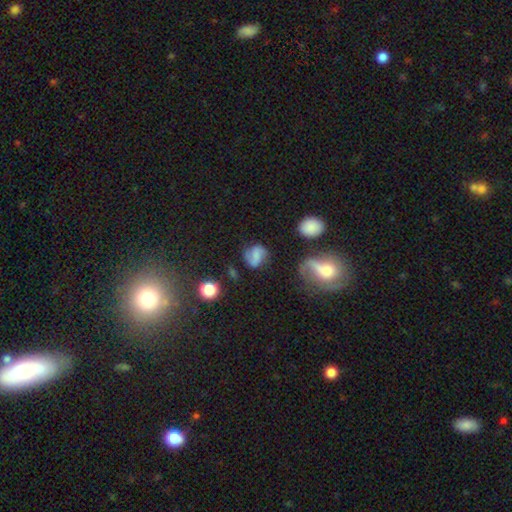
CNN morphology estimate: This is possibly a featured or disk galaxy (48%). Merging: likely none (64%).